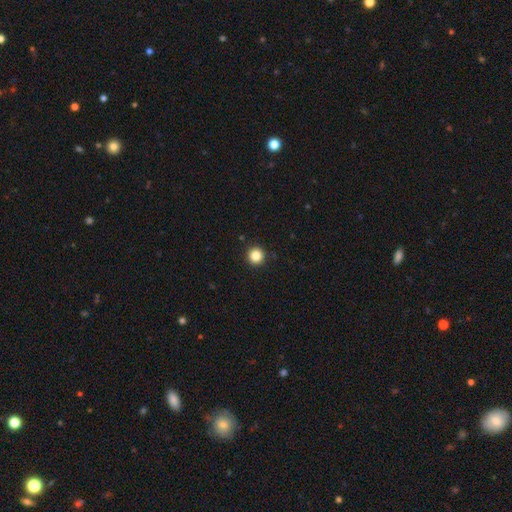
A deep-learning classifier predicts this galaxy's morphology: Smooth or featured? smooth (84%)
How rounded? round (96%)
Merging? none (93%)